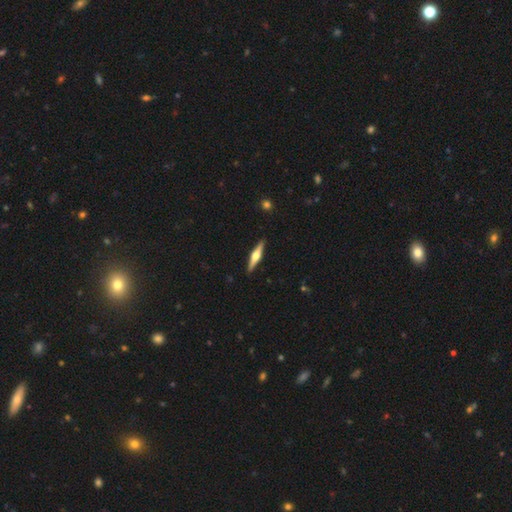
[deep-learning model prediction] Smooth or featured? featured or disk (69%)
Edge-on disk? yes (98%)
Edge-on bulge? rounded (92%)
Merging? none (91%)